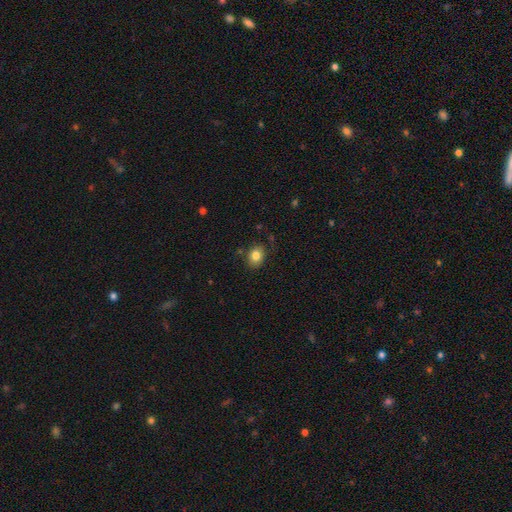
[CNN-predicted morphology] The model was most divided on "how rounded": in between: 51%, round: 48%, cigar-shaped: 1%. More confident: merging — none (83%); smooth or featured — smooth (82%).